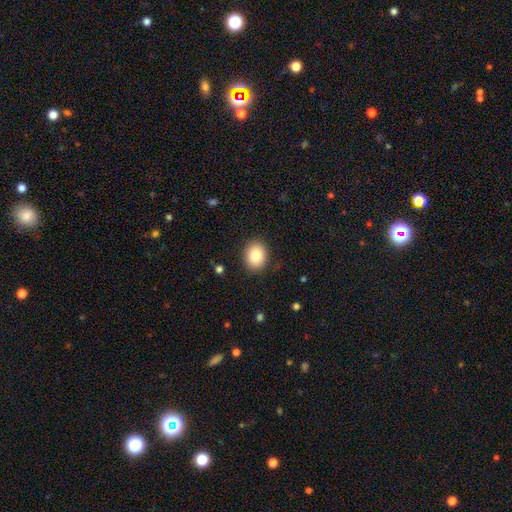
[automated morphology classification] Q: Smooth or featured?
A: smooth (83%); runner-up: star or artifact (9%)
Q: How rounded?
A: round (54%); runner-up: in between (46%)
Q: Merging?
A: none (89%); runner-up: minor disturbance (8%)